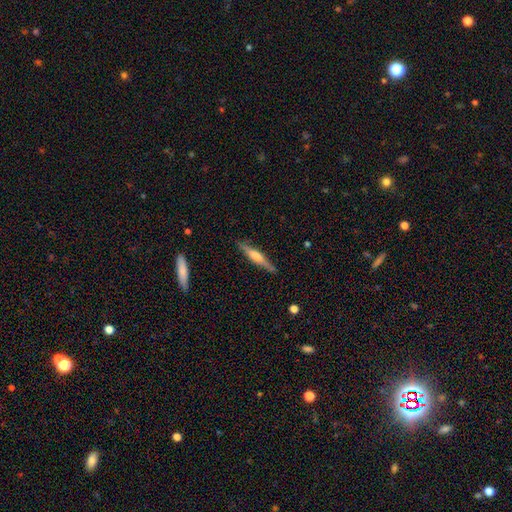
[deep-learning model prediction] The model was most divided on "smooth or featured": featured or disk: 61%, smooth: 33%, star or artifact: 6%. More confident: edge-on disk — yes (96%); merging — none (87%); edge-on bulge — rounded (62%).